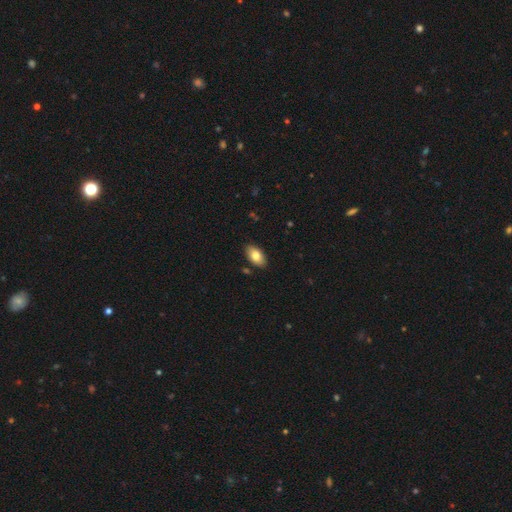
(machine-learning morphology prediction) Smooth or featured?
  - smooth: 82% *
  - featured or disk: 12%
  - star or artifact: 7%
How rounded?
  - in between: 93% *
  - round: 4%
  - cigar-shaped: 2%
Merging?
  - none: 87% *
  - minor disturbance: 9%
  - major disturbance: 2%
  - merger: 2%